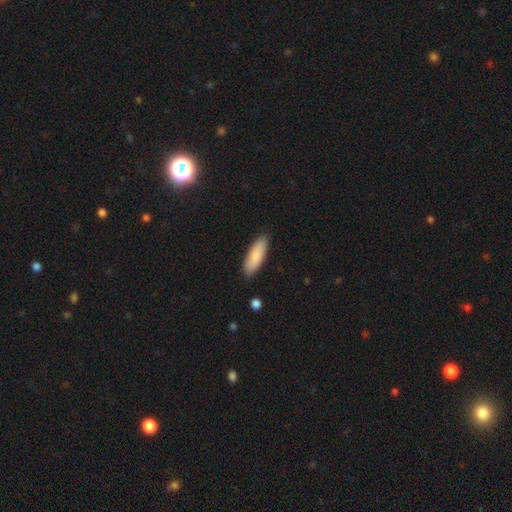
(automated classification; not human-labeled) Morphology: type=smooth (86%); roundness=in between (56%); merging=none (86%).